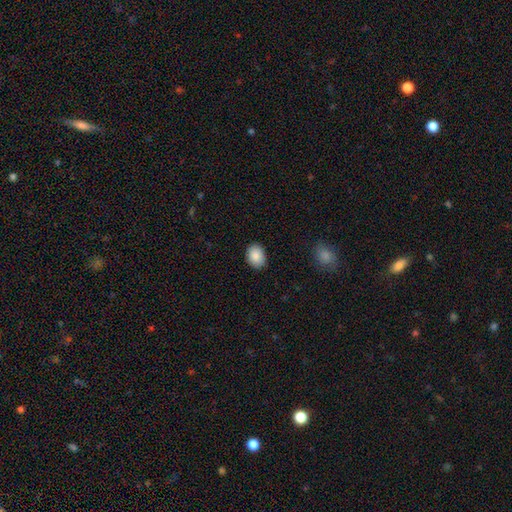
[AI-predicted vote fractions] Smooth or featured?
  - smooth: 88% *
  - star or artifact: 8%
  - featured or disk: 5%
How rounded?
  - in between: 65% *
  - round: 34%
  - cigar-shaped: 1%
Merging?
  - none: 87% *
  - minor disturbance: 10%
  - major disturbance: 2%
  - merger: 1%